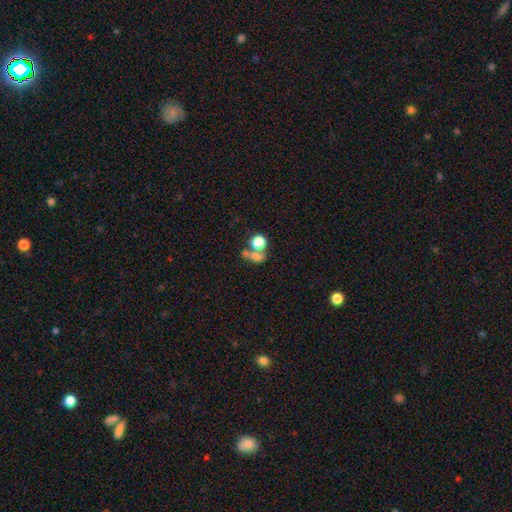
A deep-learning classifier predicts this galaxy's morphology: Overall: smooth (69%). How rounded: round (52%; in between 44%). Merging: merger (48%; none 35%).